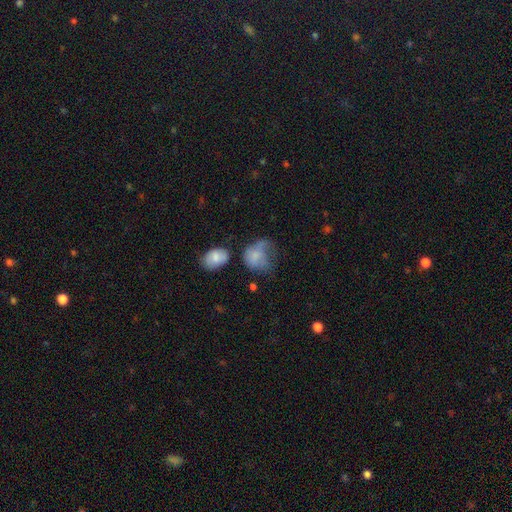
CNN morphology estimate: Overall: smooth (69%). How rounded: round (51%; in between 47%). Merging: major disturbance (45%; minor disturbance 26%).